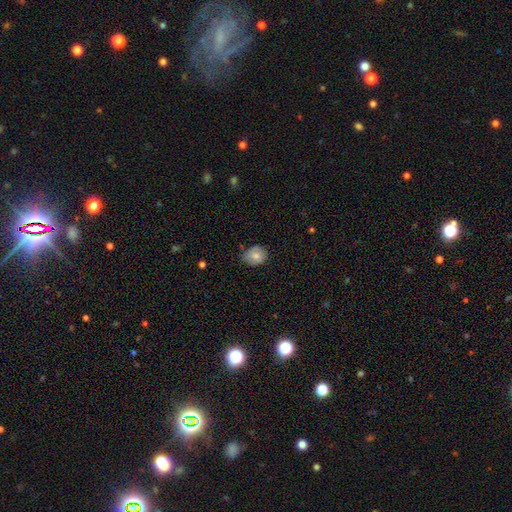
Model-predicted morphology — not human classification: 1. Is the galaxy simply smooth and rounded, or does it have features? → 73% smooth, 19% featured or disk, 8% star or artifact.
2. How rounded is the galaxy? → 63% round, 36% in between, 1% cigar-shaped.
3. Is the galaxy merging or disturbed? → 68% none, 27% minor disturbance, 4% major disturbance, 1% merger.